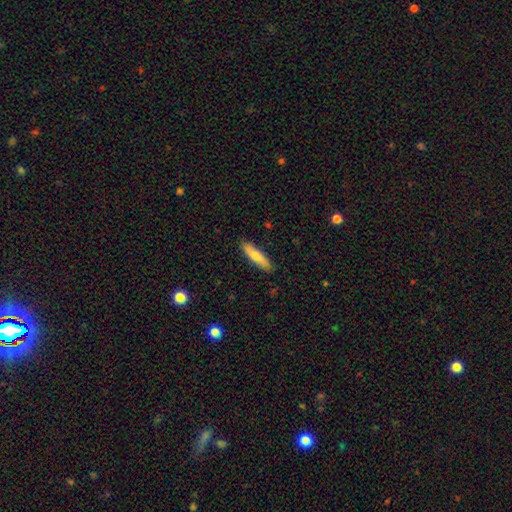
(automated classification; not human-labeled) Smooth or featured: smooth — 72% (featured or disk — 22%)
How rounded: cigar-shaped — 73% (in between — 25%)
Merging: none — 88% (minor disturbance — 9%)